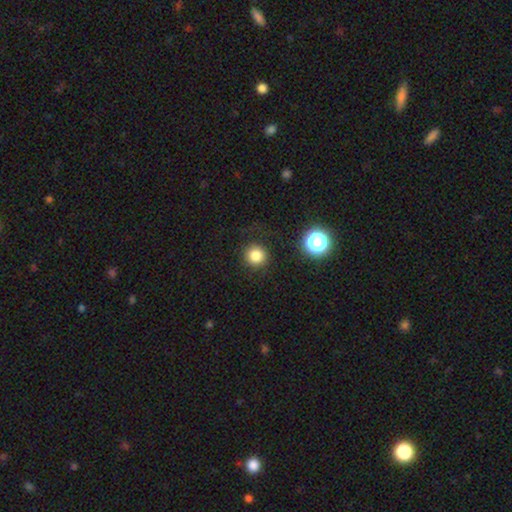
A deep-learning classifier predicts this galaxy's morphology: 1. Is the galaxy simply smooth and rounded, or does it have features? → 82% smooth, 13% star or artifact, 6% featured or disk.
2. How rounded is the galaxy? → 94% round, 5% in between, 1% cigar-shaped.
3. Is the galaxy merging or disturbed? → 88% none, 7% minor disturbance, 3% major disturbance, 2% merger.